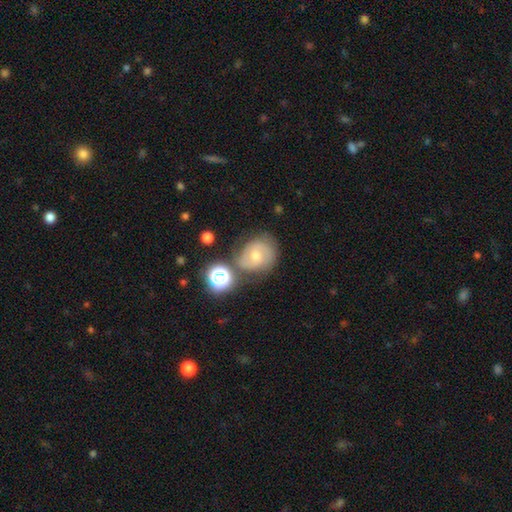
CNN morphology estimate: The model was most divided on "bulge size": moderate: 57%, small: 35%, large: 4%, none: 3%, dominant: 1%. More confident: edge-on disk — no (97%); spiral arms — yes (86%); bar — no (60%); merging — none (58%); smooth or featured — featured or disk (56%).